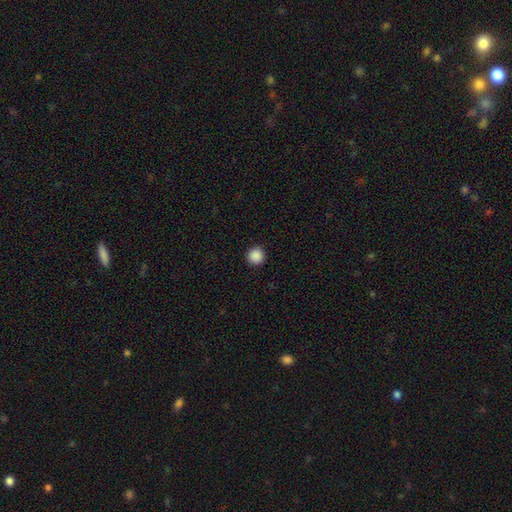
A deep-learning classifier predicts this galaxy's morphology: Smooth or featured? smooth (89%)
How rounded? round (96%)
Merging? none (93%)